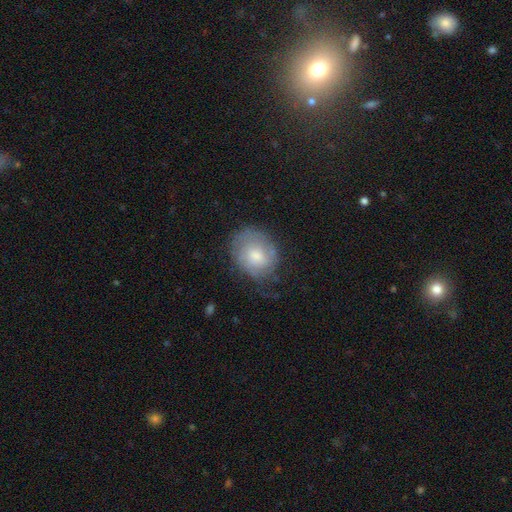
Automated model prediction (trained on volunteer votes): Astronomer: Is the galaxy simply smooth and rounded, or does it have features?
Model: smooth — 51% (runner-up: featured or disk, 42%).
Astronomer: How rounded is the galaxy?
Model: round — 53% (runner-up: in between, 46%).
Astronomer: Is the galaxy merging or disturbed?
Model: none — 53% (runner-up: minor disturbance, 30%).